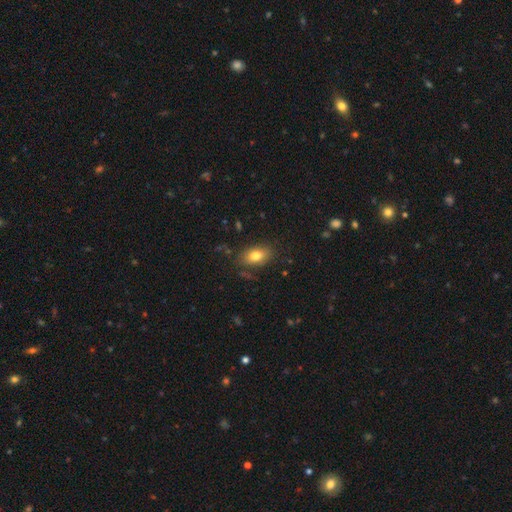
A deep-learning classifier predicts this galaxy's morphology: Smooth or featured? smooth (79%)
How rounded? in between (87%)
Merging? none (81%)